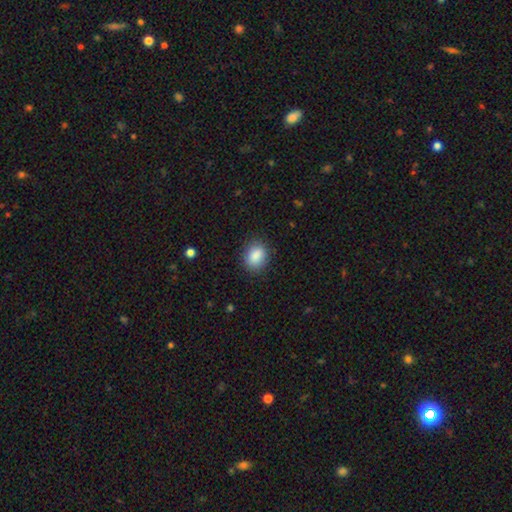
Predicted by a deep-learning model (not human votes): smooth 88%, star or artifact 8%, featured or disk 4%. Down the decision tree: how rounded — in between (54%); merging — none (85%).